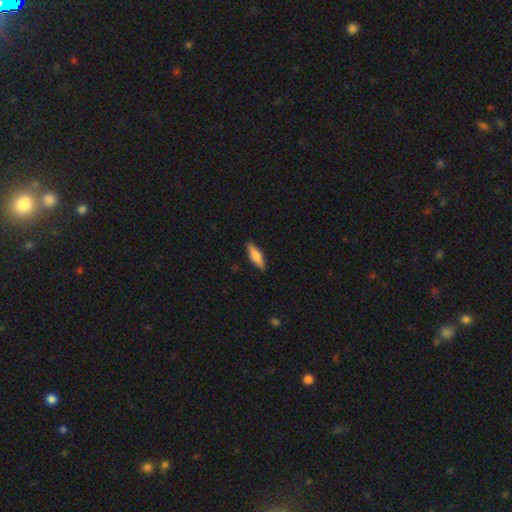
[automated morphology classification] type=smooth (71%); roundness=cigar-shaped (50%); merging=none (87%).